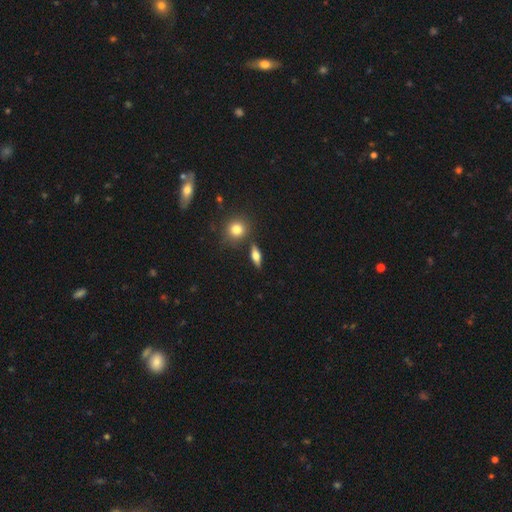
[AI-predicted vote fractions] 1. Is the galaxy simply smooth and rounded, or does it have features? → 52% smooth, 39% featured or disk, 9% star or artifact.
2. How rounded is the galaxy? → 58% in between, 30% cigar-shaped, 12% round.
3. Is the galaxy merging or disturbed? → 82% none, 10% minor disturbance, 5% merger, 3% major disturbance.